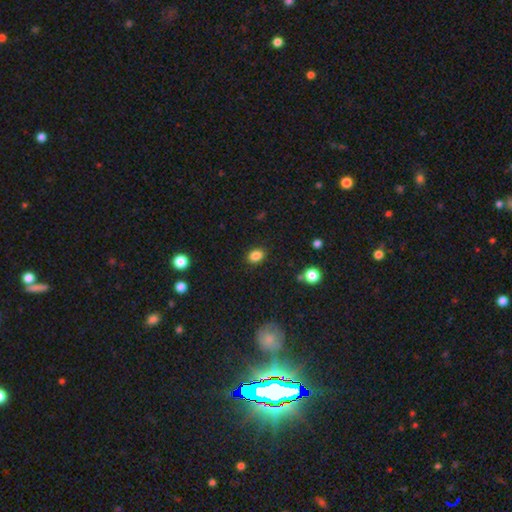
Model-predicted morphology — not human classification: The model was most divided on "how rounded": in between: 71%, round: 28%, cigar-shaped: 1%. More confident: merging — none (88%); smooth or featured — smooth (85%).